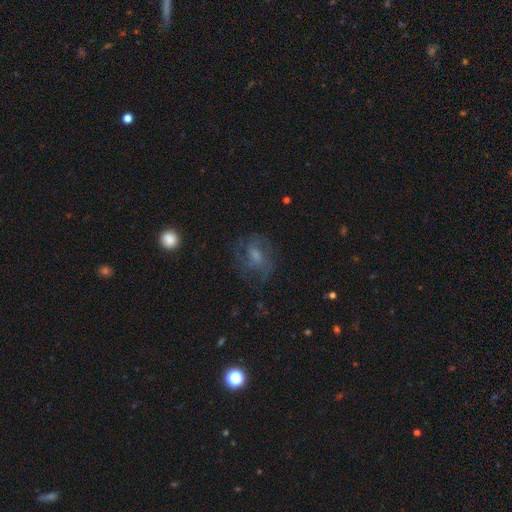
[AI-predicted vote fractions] Smooth or featured? featured or disk (56%)
Edge-on disk? no (96%)
Bar? no (47%)
Spiral arms? yes (77%)
Bulge size? moderate (40%)
Merging? none (60%)